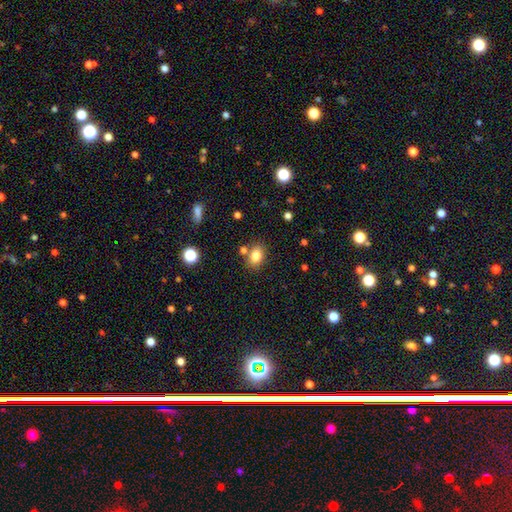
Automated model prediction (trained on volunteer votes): Smooth or featured?
  - smooth: 81% *
  - star or artifact: 10%
  - featured or disk: 8%
How rounded?
  - in between: 73% *
  - round: 26%
  - cigar-shaped: 1%
Merging?
  - none: 73% *
  - minor disturbance: 12%
  - merger: 12%
  - major disturbance: 3%